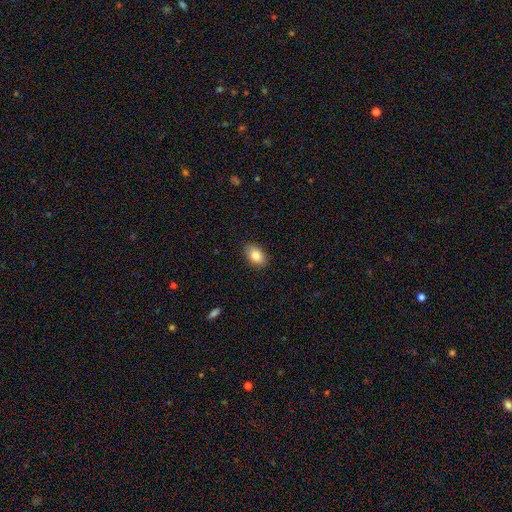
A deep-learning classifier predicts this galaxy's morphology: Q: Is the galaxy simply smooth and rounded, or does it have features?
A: smooth — 85%.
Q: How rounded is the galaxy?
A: in between — 88%.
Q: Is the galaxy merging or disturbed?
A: none — 88%.